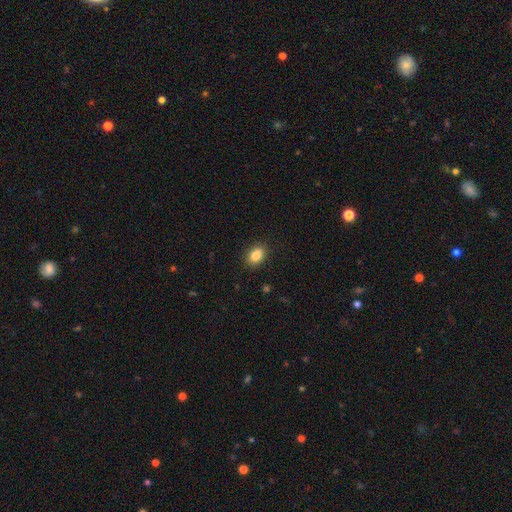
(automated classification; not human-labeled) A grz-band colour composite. It shows a smooth galaxy with no disk features (85%) that is in between round and cigar-shaped (73%). Merging: none (86%).